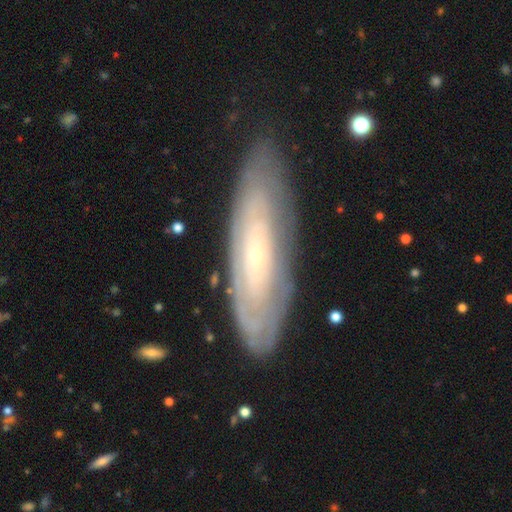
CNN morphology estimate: smooth_or_featured: featured or disk (p=0.69) [alt: smooth p=0.24]
disk_edge_on: no (p=0.77) [alt: yes p=0.23]
bar: no (p=0.80) [alt: weak p=0.15]
has_spiral_arms: yes (p=0.72) [alt: no p=0.28]
bulge_size: small (p=0.86) [alt: moderate p=0.09]
merging: none (p=0.79) [alt: minor disturbance p=0.16]